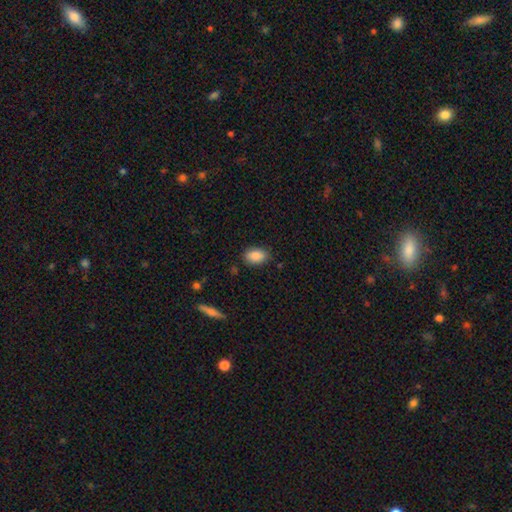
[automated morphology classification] This is clearly a smooth galaxy (88%). How rounded: clearly in between (88%). Merging: clearly none (83%).